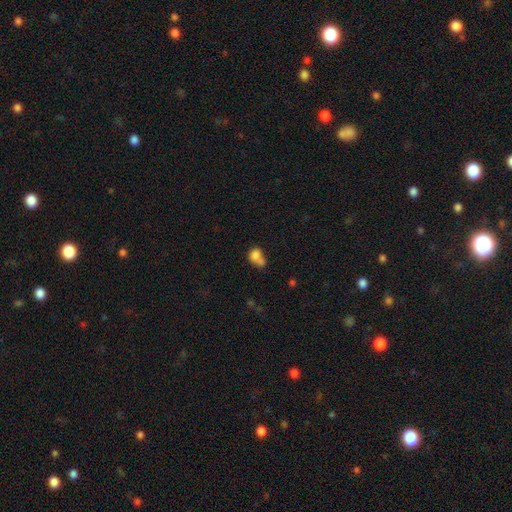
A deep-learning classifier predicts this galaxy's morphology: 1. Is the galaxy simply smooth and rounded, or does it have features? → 76% smooth, 13% featured or disk, 10% star or artifact.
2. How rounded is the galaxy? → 53% round, 46% in between, 2% cigar-shaped.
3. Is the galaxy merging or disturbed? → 51% merger, 26% none, 14% minor disturbance, 9% major disturbance.